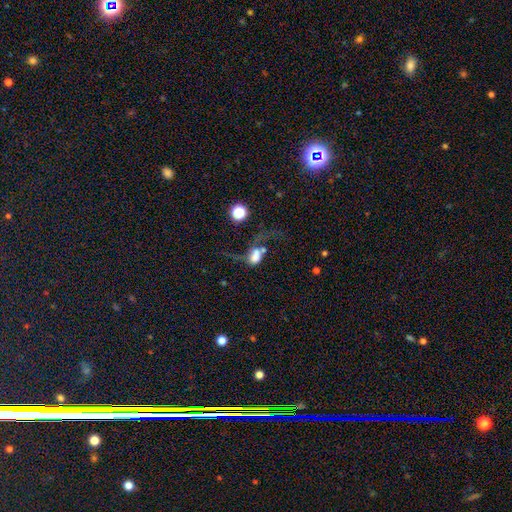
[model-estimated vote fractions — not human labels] Overall: smooth (53%; featured or disk 31%). How rounded: in between (70%). Merging: major disturbance (43%; merger 32%).